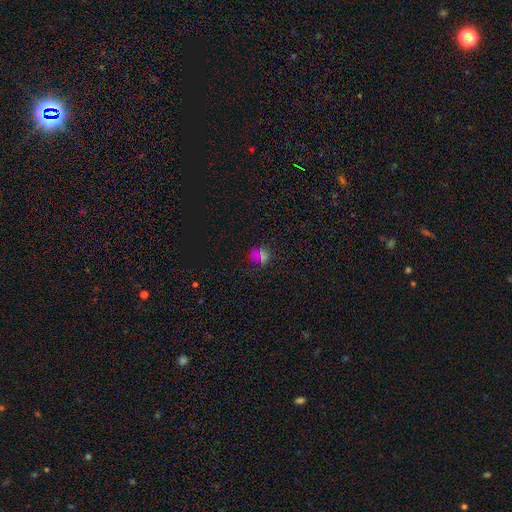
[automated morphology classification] Smooth or featured?
  - smooth: 51% *
  - star or artifact: 41%
  - featured or disk: 9%
How rounded?
  - round: 75% *
  - in between: 23%
  - cigar-shaped: 2%
Merging?
  - none: 71% *
  - minor disturbance: 17%
  - major disturbance: 8%
  - merger: 5%